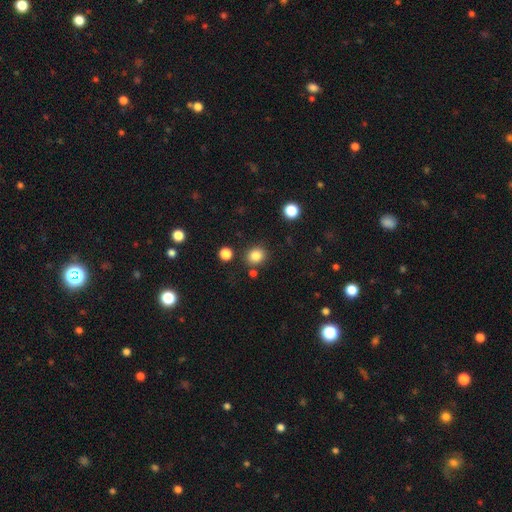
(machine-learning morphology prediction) This is clearly a smooth galaxy (84%). How rounded: likely round (77%). Merging: clearly none (83%).